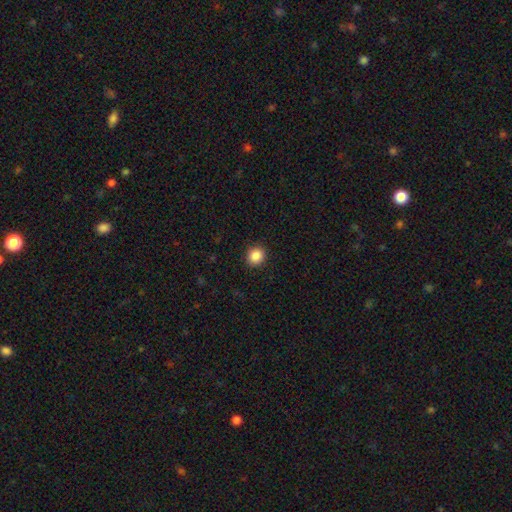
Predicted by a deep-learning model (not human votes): A smooth galaxy with no disk features (87%) that is round (82%). Merging: none (91%).